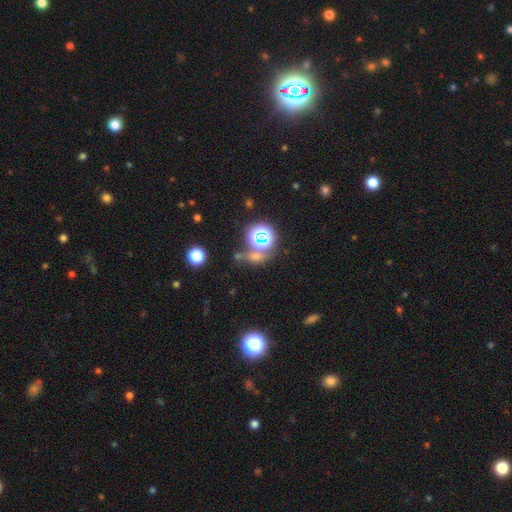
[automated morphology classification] Smooth or featured: star or artifact — 52% (smooth — 33%)